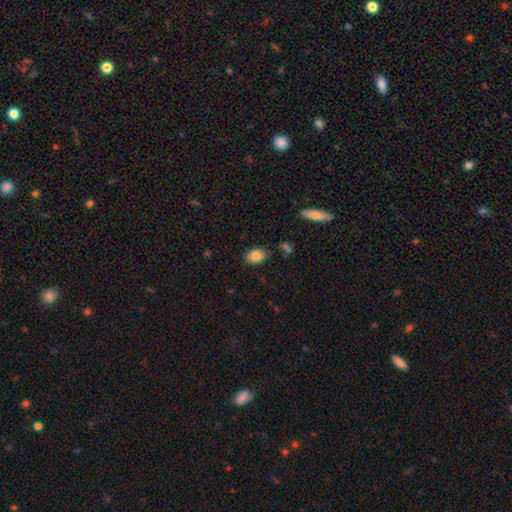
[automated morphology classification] The model was most divided on "how rounded": in between: 76%, round: 23%, cigar-shaped: 1%. More confident: smooth or featured — smooth (85%); merging — none (82%).